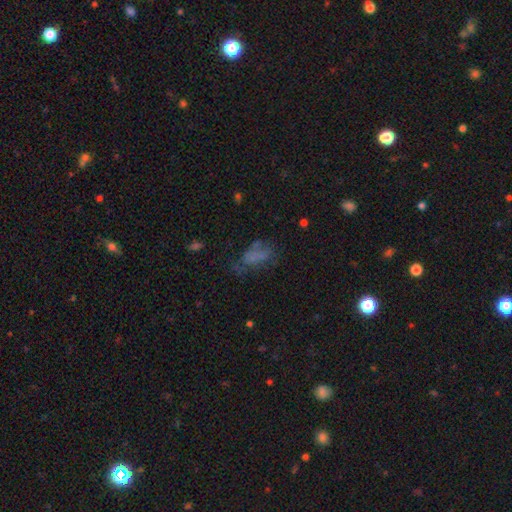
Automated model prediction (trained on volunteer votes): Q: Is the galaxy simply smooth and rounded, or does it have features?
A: smooth — 52%.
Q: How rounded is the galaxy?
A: in between — 84%.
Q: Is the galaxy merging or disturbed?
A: none — 37%.